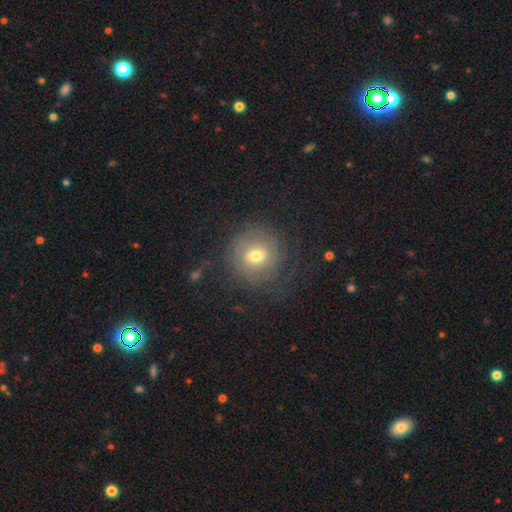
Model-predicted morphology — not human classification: Smooth or featured? featured or disk (56%)
Edge-on disk? no (96%)
Bar? no (57%)
Spiral arms? yes (77%)
Bulge size? moderate (66%)
Merging? none (69%)